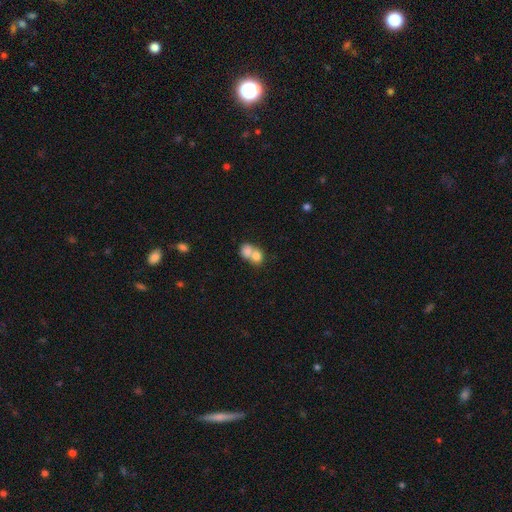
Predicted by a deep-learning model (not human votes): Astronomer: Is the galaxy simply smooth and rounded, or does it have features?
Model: smooth — 77%.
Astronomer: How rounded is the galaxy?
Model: round — 63%.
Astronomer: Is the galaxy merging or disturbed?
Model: merger — 70%.